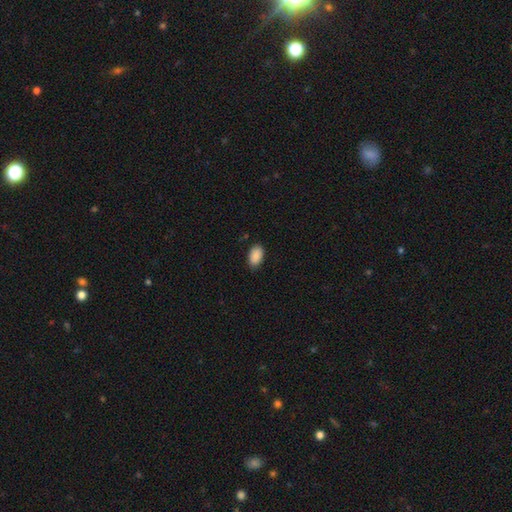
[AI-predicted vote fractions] The model was most divided on "merging": none: 83%, minor disturbance: 13%, major disturbance: 2%, merger: 1%. More confident: how rounded — in between (92%); smooth or featured — smooth (90%).